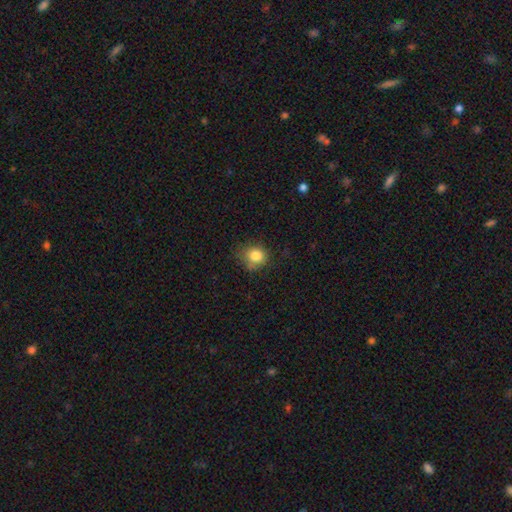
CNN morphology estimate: Smooth or featured? Predicted: smooth (p=0.82). How rounded? Predicted: round (p=0.79). Merging? Predicted: none (p=0.66).